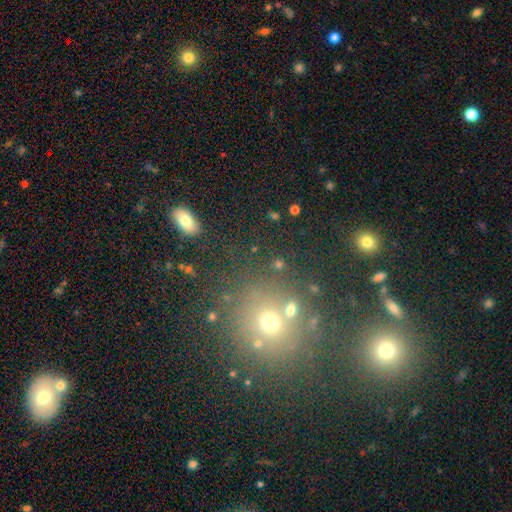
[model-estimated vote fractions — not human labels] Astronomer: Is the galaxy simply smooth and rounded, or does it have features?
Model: smooth — 47% (runner-up: star or artifact, 40%).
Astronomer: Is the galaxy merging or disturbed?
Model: none — 77%.